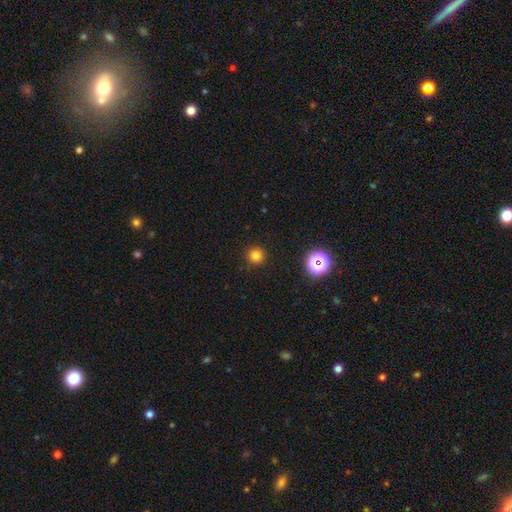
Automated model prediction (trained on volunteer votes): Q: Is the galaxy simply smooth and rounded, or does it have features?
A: smooth — 78%.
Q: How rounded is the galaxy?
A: round — 96%.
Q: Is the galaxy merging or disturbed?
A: none — 92%.